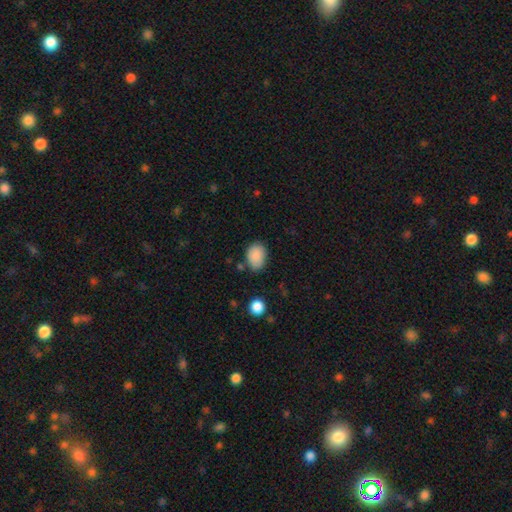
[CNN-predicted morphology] Smooth or featured? smooth (88%)
How rounded? in between (76%)
Merging? none (72%)